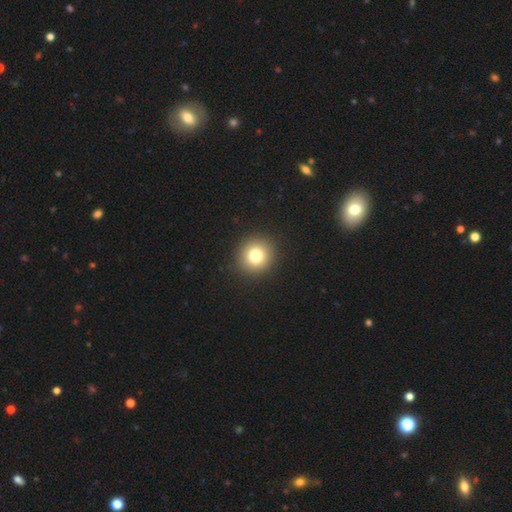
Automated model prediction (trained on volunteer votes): Smooth or featured: smooth — 80% (star or artifact — 12%)
How rounded: round — 90% (in between — 9%)
Merging: none — 92% (minor disturbance — 5%)